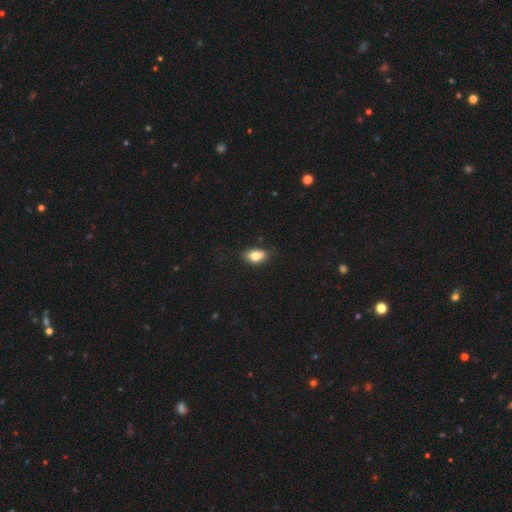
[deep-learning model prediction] Smooth or featured: smooth — 79% (featured or disk — 12%)
How rounded: in between — 83% (round — 14%)
Merging: none — 77% (minor disturbance — 18%)